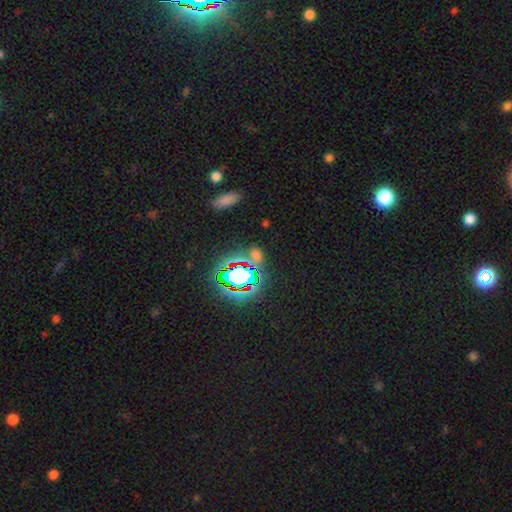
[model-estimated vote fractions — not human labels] star or artifact 54%, smooth 35%, featured or disk 11%.